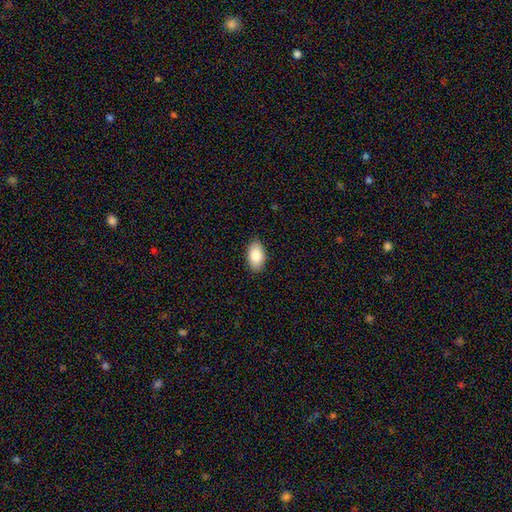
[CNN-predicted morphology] This is clearly a smooth galaxy (86%). How rounded: clearly in between (94%). Merging: clearly none (88%).